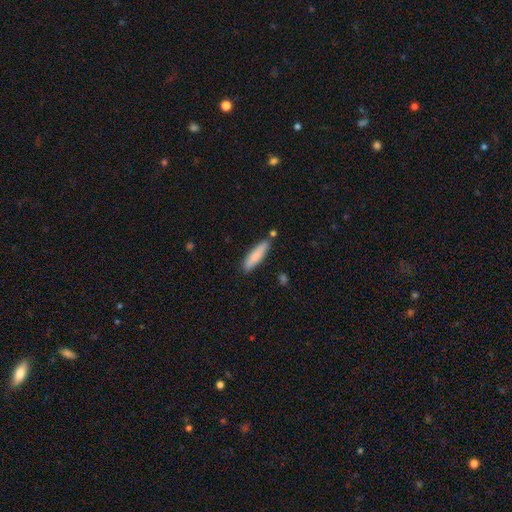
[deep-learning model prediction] Overall: smooth (80%). How rounded: cigar-shaped (74%). Merging: none (79%).